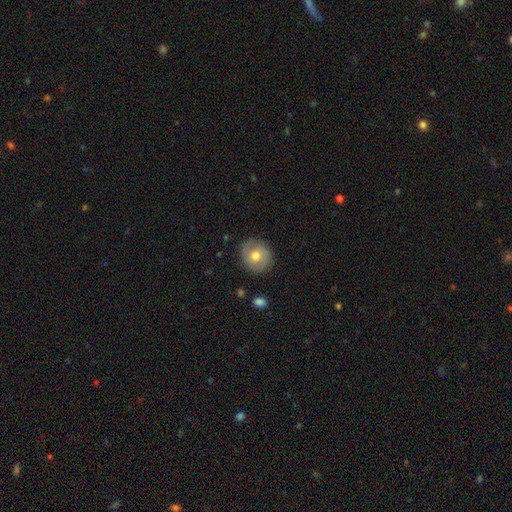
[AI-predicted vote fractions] A smooth galaxy with no disk features (54%) that is round (87%).

Vote fractions:
- Smooth or featured? smooth: 54% / featured or disk: 39% / star or artifact: 7%
- How rounded? round: 87% / in between: 12% / cigar-shaped: 1%
- Merging? none: 84% / minor disturbance: 12% / major disturbance: 3% / merger: 1%